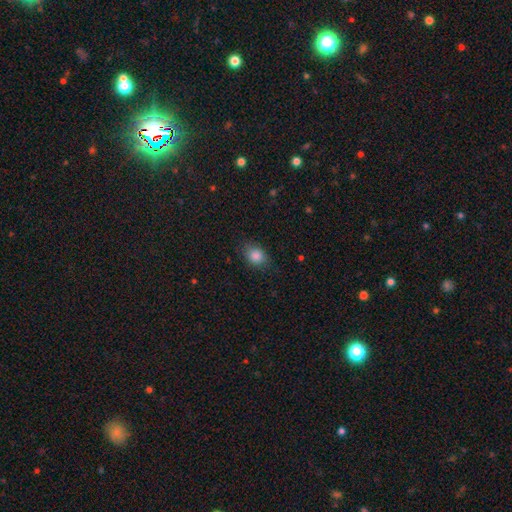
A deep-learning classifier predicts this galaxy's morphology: Smooth or featured? Predicted: smooth (p=0.85). How rounded? Predicted: in between (p=0.61). Merging? Predicted: none (p=0.78).